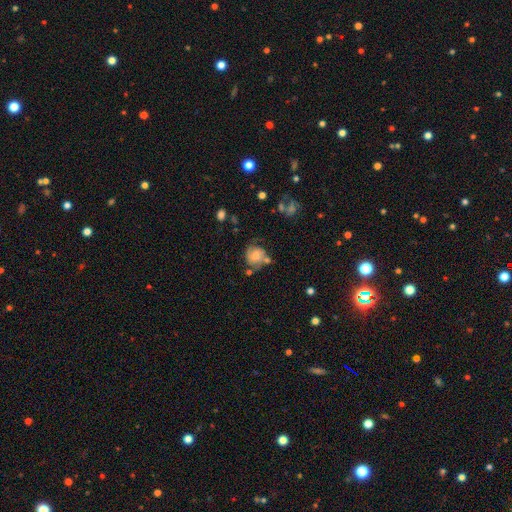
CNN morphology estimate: This is possibly a featured or disk galaxy (51%). It is clearly not viewed edge-on (97%). Merging: possibly none (48%).